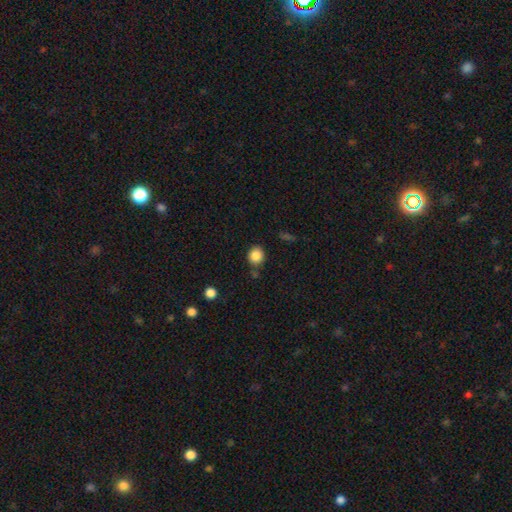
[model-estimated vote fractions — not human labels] Morphology: type=smooth (86%); roundness=round (80%); merging=none (79%).